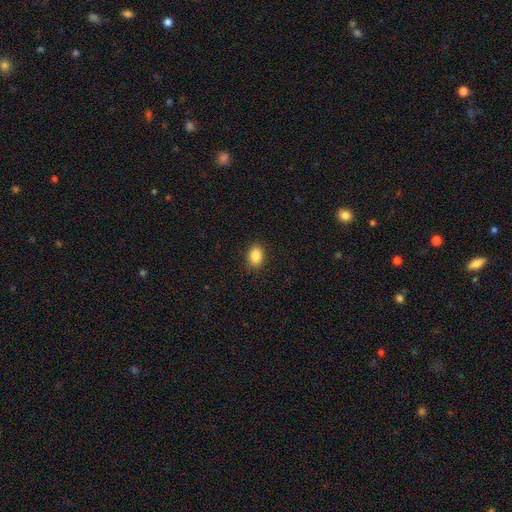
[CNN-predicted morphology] This appears to be a smooth galaxy with no disk features (86%) that is in between round and cigar-shaped (71%). Merging: none (90%).